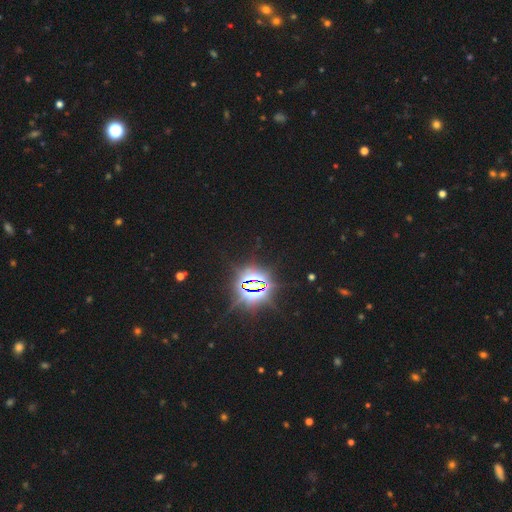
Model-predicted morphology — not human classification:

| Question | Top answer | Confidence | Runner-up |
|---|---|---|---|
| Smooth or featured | star or artifact | 87% | smooth (7%) |